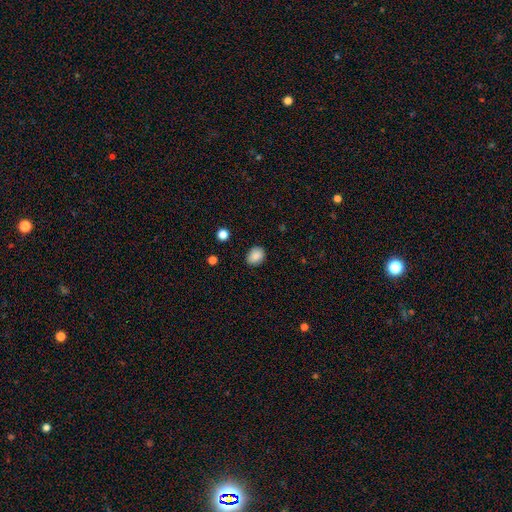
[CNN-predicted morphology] smooth_or_featured: smooth (p=0.87) [alt: star or artifact p=0.09]
how_rounded: in between (p=0.52) [alt: round p=0.48]
merging: none (p=0.82) [alt: minor disturbance p=0.14]